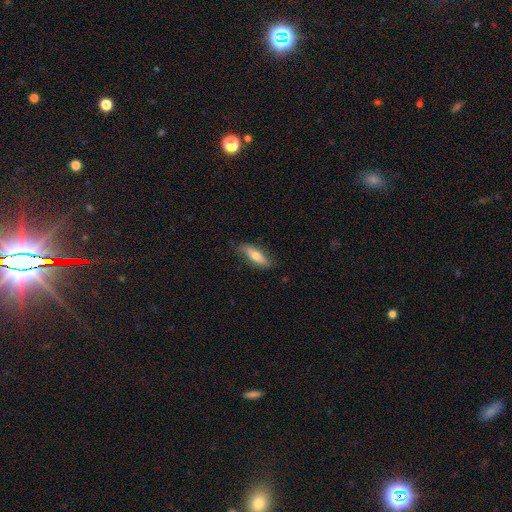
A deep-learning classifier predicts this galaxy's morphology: Smooth or featured? Predicted: smooth (p=0.61). How rounded? Predicted: cigar-shaped (p=0.52). Merging? Predicted: none (p=0.79).